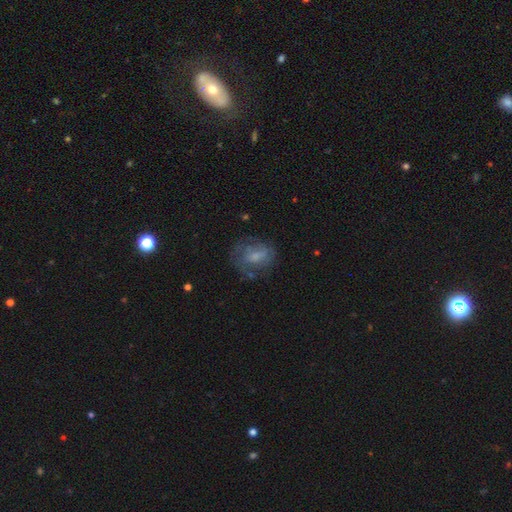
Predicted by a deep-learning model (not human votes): The model was most divided on "smooth or featured": featured or disk: 50%, smooth: 41%, star or artifact: 10%. More confident: merging — none (58%).